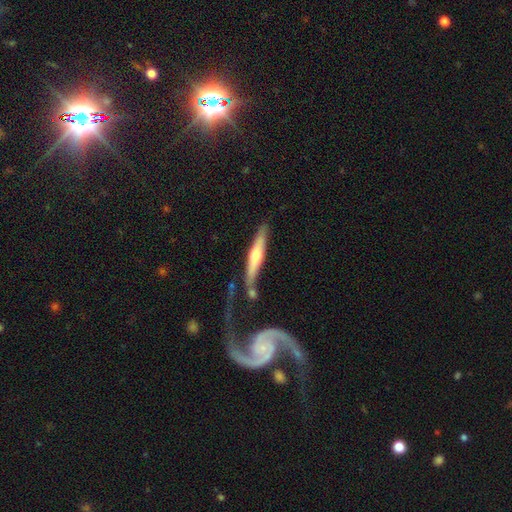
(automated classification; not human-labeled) Smooth or featured?
  - featured or disk: 58% *
  - smooth: 37%
  - star or artifact: 5%
Edge-on disk?
  - yes: 90% *
  - no: 10%
Edge-on bulge?
  - rounded: 83% *
  - none: 10%
  - boxy: 7%
Merging?
  - none: 65% *
  - minor disturbance: 16%
  - merger: 12%
  - major disturbance: 7%